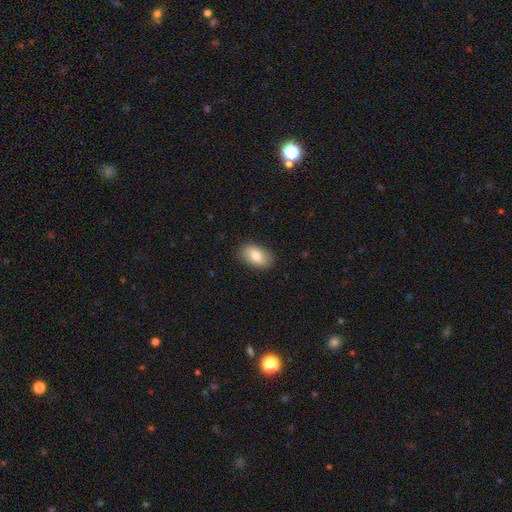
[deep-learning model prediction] Q: Smooth or featured?
A: smooth (79%); runner-up: featured or disk (15%)
Q: How rounded?
A: in between (91%); runner-up: round (7%)
Q: Merging?
A: none (87%); runner-up: minor disturbance (10%)